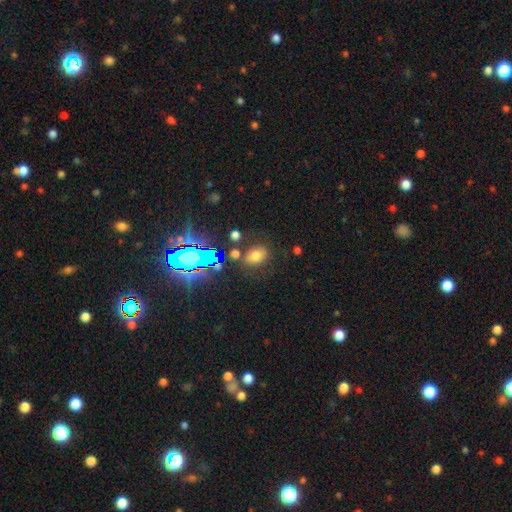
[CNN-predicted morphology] smooth-or-featured: smooth: 64% | star or artifact: 25% | featured or disk: 11%
  how-rounded: in between: 65% | round: 33% | cigar-shaped: 1%
  merging: none: 74% | minor disturbance: 13% | merger: 6% | major disturbance: 6%